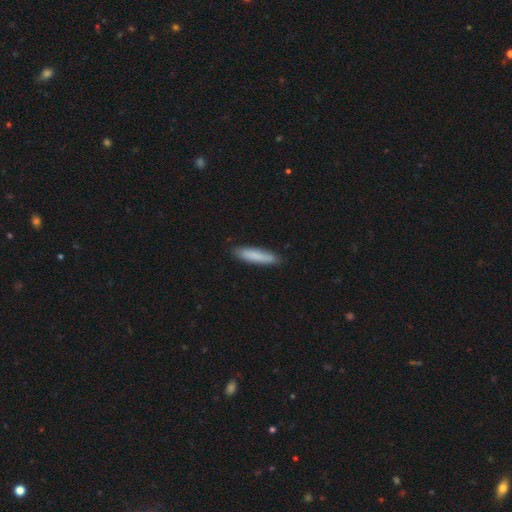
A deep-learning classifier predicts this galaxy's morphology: A smooth galaxy with no disk features (85%) that is cigar-shaped (81%).

Vote fractions:
- Smooth or featured? smooth: 85% / featured or disk: 10% / star or artifact: 6%
- How rounded? cigar-shaped: 81% / in between: 17% / round: 1%
- Merging? none: 86% / minor disturbance: 11% / major disturbance: 2% / merger: 1%